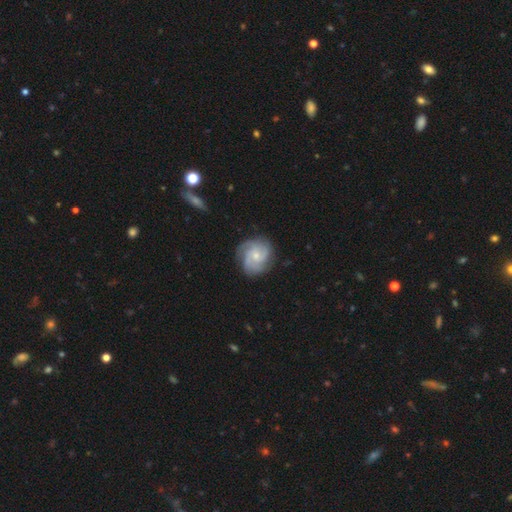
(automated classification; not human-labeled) Smooth or featured: featured or disk — 79% (smooth — 15%)
Edge-on disk: no — 98% (yes — 2%)
Bar: no — 71% (weak — 26%)
Spiral arms: yes — 96% (no — 4%)
Spiral winding: tight — 47% (medium — 42%)
Spiral arm count: 3 — 44% (4 — 20%)
Bulge size: small — 59% (moderate — 36%)
Merging: none — 77% (minor disturbance — 16%)